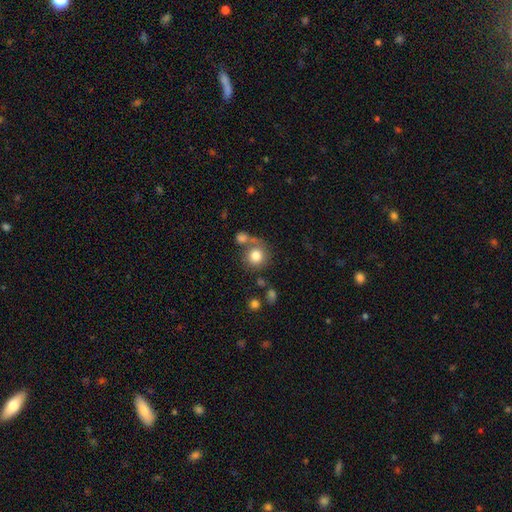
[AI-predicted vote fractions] Morphology: type=smooth (80%); roundness=round (89%); merging=none (58%).